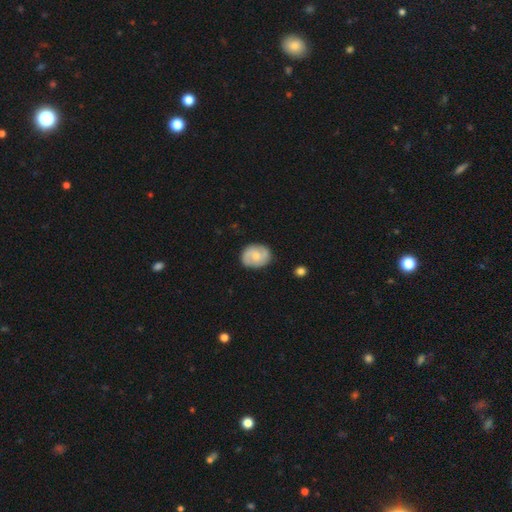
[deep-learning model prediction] Morphology: type=featured or disk (54%); edge-on=no (97%); bar=no (60%); spiral arms=yes (89%); bulge=moderate (45%); merging=none (82%).